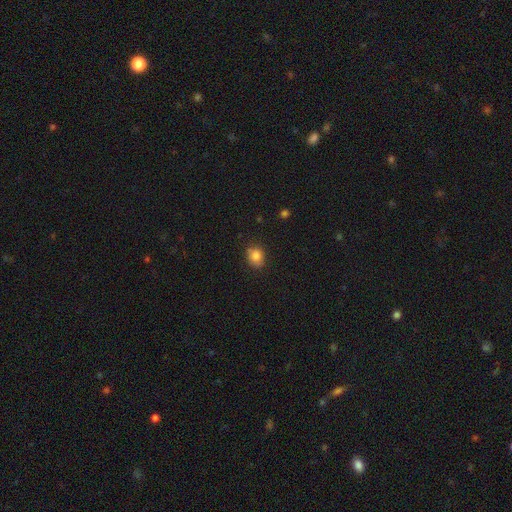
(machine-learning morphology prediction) A smooth galaxy with no disk features (83%) that is round (54%). Merging: none (78%).